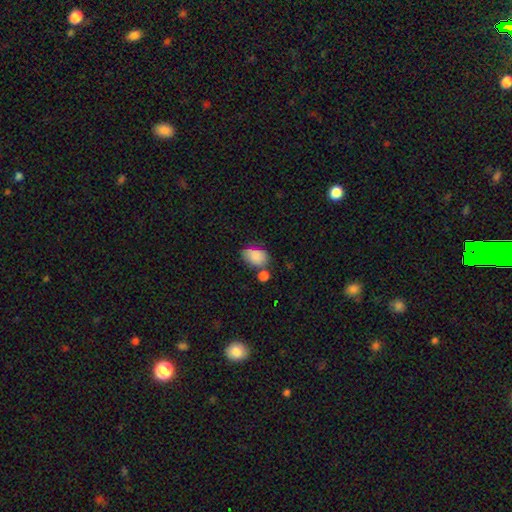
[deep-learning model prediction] Smooth or featured? smooth (82%)
How rounded? in between (80%)
Merging? none (49%)